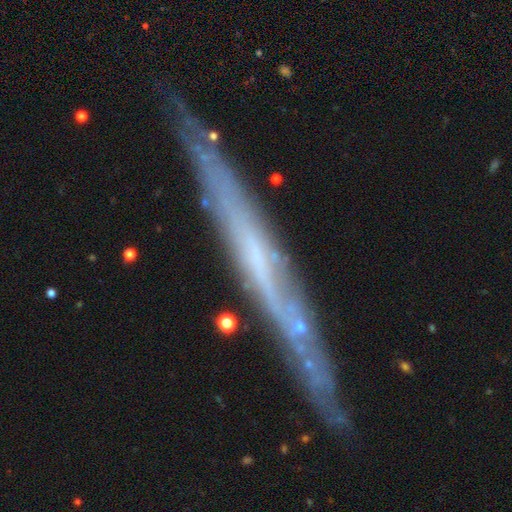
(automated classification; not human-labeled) This appears to be a featured or disk galaxy (70%) viewed edge-on (88%) with no central bulge (82%). Merging: none (78%).